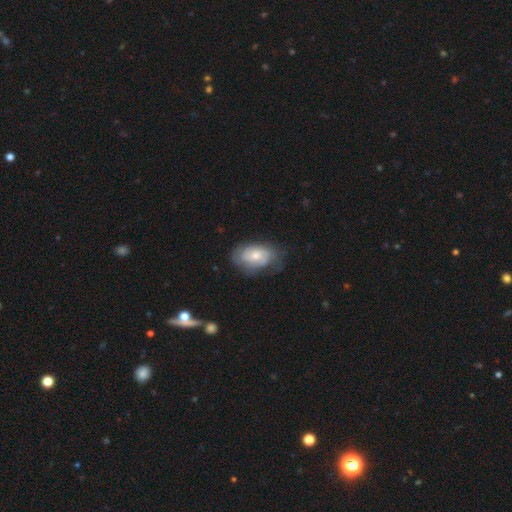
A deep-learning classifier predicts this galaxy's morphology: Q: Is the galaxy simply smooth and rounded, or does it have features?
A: featured or disk — 55%.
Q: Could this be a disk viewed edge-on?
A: no — 95%.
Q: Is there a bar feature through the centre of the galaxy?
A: no — 71%.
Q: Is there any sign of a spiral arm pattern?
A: yes — 79%.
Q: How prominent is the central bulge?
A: moderate — 50%.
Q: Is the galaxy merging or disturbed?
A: none — 60%.